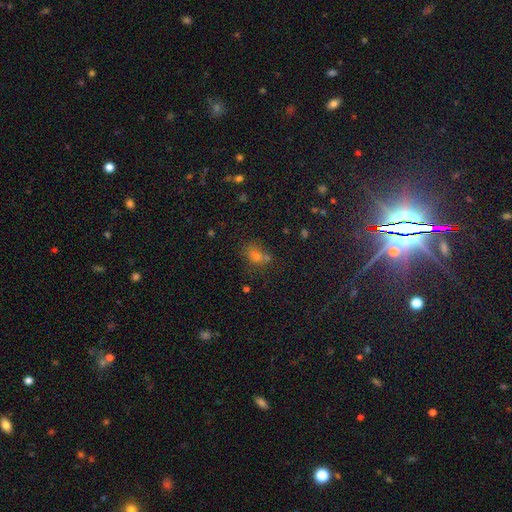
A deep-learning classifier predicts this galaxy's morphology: Q: Smooth or featured?
A: smooth (56%); runner-up: star or artifact (33%)
Q: How rounded?
A: in between (50%); runner-up: round (48%)
Q: Merging?
A: none (57%); runner-up: merger (21%)